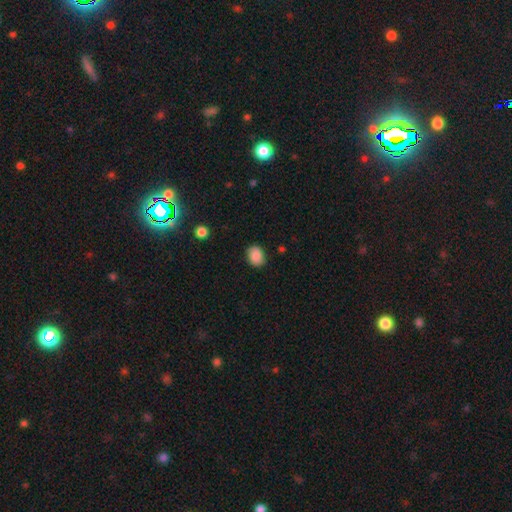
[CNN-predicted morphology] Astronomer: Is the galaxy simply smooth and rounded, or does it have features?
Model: smooth — 88%.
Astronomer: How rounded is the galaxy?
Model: in between — 50% (runner-up: round, 49%).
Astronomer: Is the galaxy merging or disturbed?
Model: none — 85%.